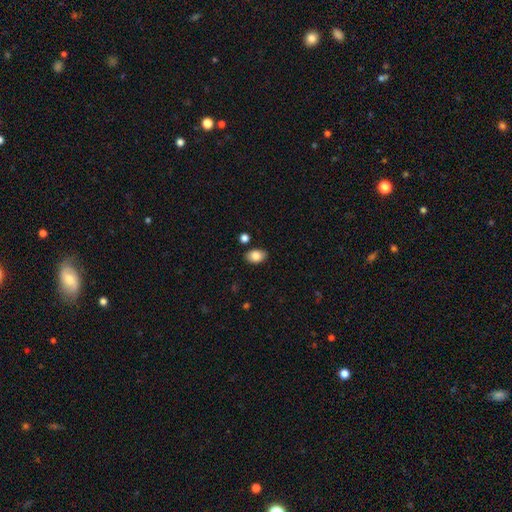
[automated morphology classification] This is clearly a smooth galaxy (85%). How rounded: clearly in between (87%). Merging: clearly none (84%).